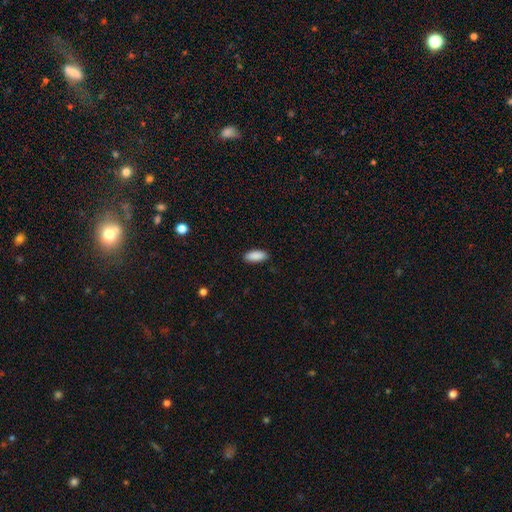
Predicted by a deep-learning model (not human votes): A smooth galaxy with no disk features (90%) that is in between round and cigar-shaped (85%).

Vote fractions:
- Smooth or featured? smooth: 90% / star or artifact: 6% / featured or disk: 3%
- How rounded? in between: 85% / cigar-shaped: 14% / round: 2%
- Merging? none: 89% / minor disturbance: 9% / major disturbance: 2% / merger: 1%